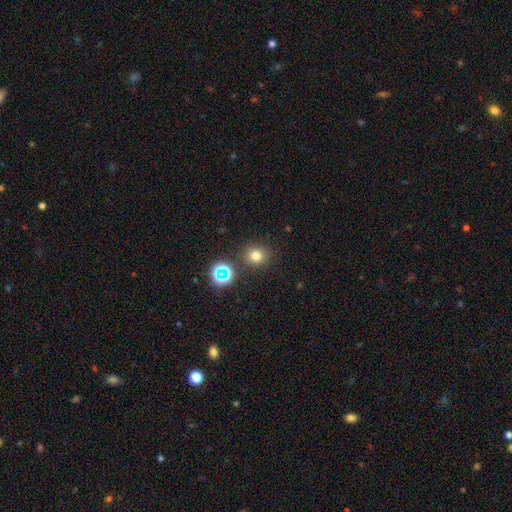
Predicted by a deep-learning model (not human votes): Morphology: type=smooth (72%); roundness=round (86%); merging=none (85%).